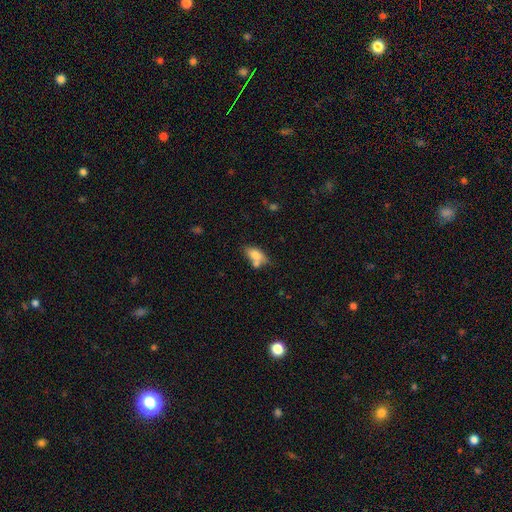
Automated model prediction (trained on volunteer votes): Smooth or featured? Predicted: smooth (p=0.74). How rounded? Predicted: in between (p=0.83). Merging? Predicted: none (p=0.49).